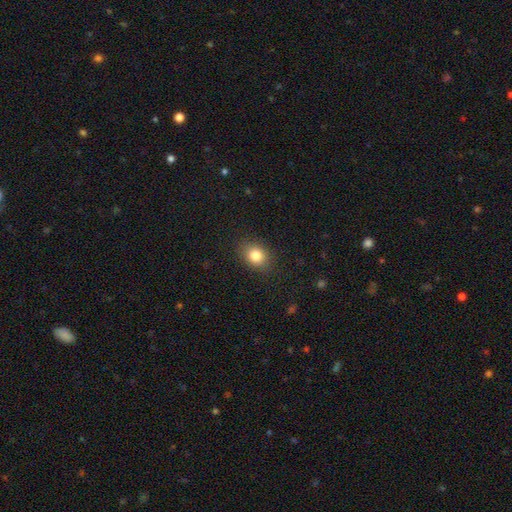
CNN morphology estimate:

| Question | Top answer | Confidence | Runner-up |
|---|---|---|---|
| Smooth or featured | smooth | 82% | star or artifact (10%) |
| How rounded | in between | 56% | round (43%) |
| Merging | none | 87% | minor disturbance (10%) |